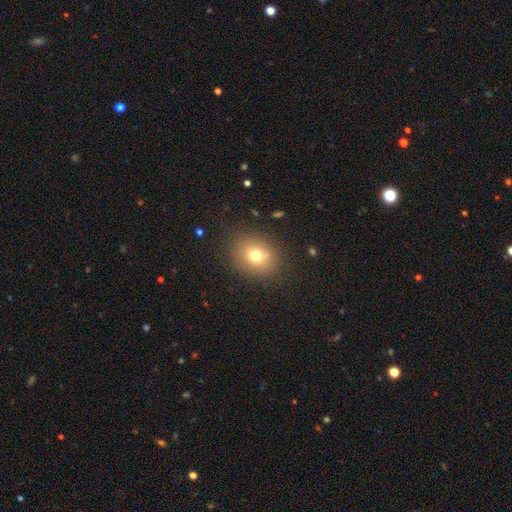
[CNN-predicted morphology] Overall: smooth (71%). How rounded: round (64%; in between 35%). Merging: none (81%).